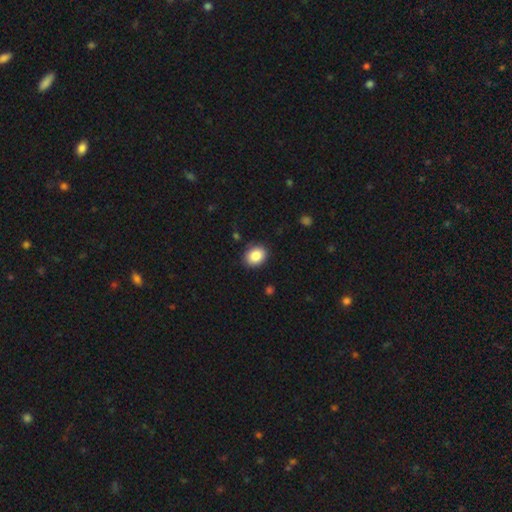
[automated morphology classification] smooth_or_featured: smooth (p=0.87) [alt: star or artifact p=0.08]
how_rounded: in between (p=0.53) [alt: round p=0.46]
merging: none (p=0.87) [alt: minor disturbance p=0.09]